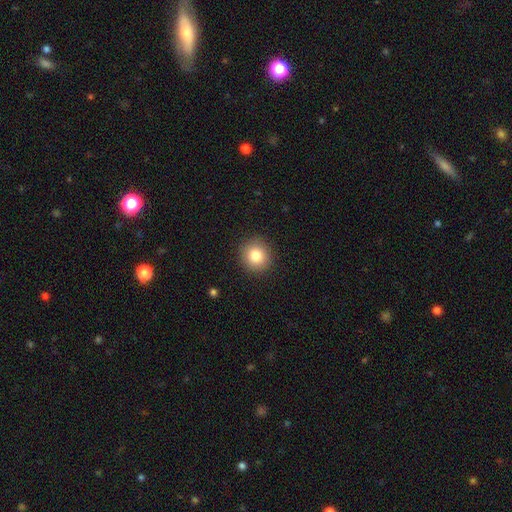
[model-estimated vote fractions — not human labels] smooth 82%, star or artifact 10%, featured or disk 7%. Down the decision tree: how rounded — round (90%); merging — none (91%).